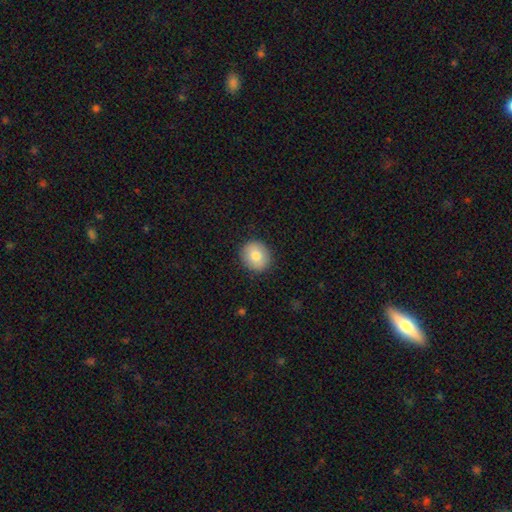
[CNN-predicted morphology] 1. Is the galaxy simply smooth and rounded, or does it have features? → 80% smooth, 12% featured or disk, 8% star or artifact.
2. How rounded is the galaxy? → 83% round, 16% in between, 1% cigar-shaped.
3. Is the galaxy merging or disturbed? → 90% none, 7% minor disturbance, 2% major disturbance, 1% merger.